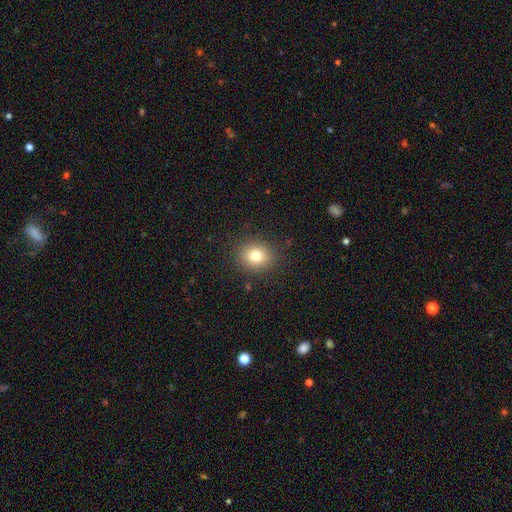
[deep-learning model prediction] Smooth or featured?
  - smooth: 77% *
  - star or artifact: 13%
  - featured or disk: 10%
How rounded?
  - round: 71% *
  - in between: 28%
  - cigar-shaped: 1%
Merging?
  - none: 88% *
  - minor disturbance: 8%
  - major disturbance: 3%
  - merger: 1%